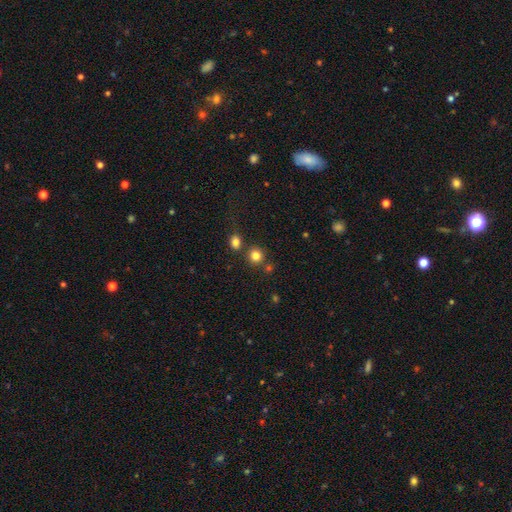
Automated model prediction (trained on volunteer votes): This is clearly a smooth galaxy (82%). How rounded: clearly round (89%). Merging: likely none (74%).